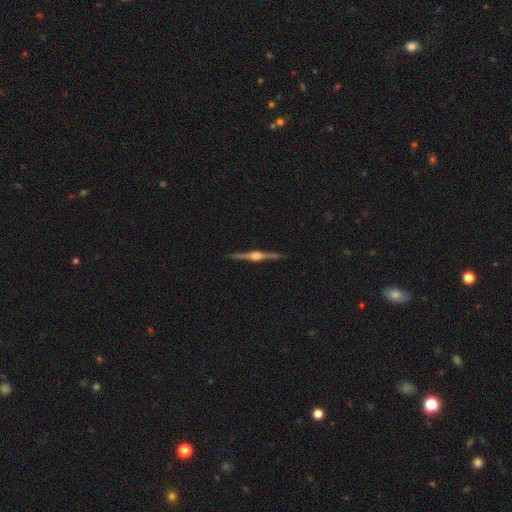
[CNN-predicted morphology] This appears to be a featured or disk galaxy (88%) viewed edge-on (99%) with a rounded central bulge (83%). Merging: none (91%).